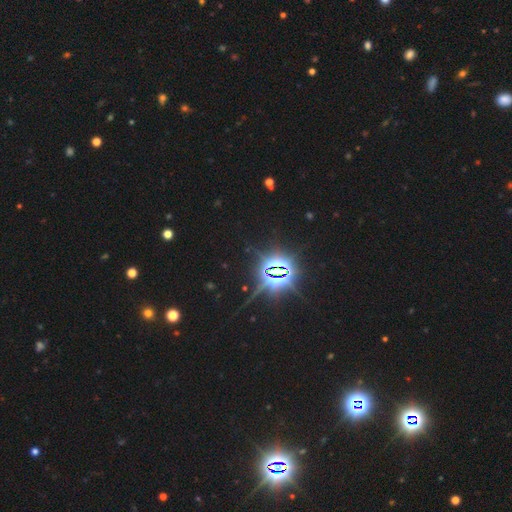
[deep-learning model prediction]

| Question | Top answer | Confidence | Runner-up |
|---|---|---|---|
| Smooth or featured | star or artifact | 83% | smooth (10%) |